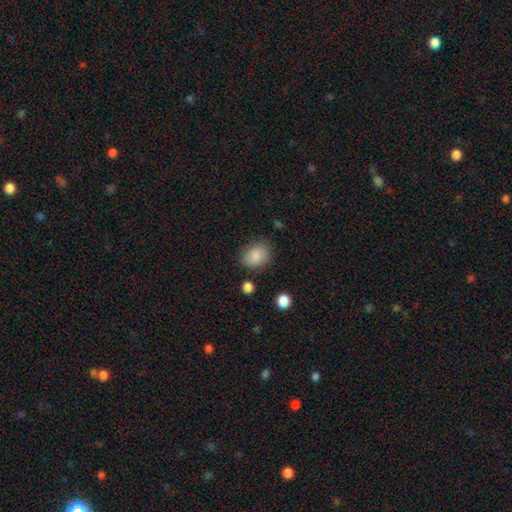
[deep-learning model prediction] smooth-or-featured: smooth: 86% | star or artifact: 8% | featured or disk: 6%
  how-rounded: in between: 50% | round: 49% | cigar-shaped: 1%
  merging: none: 78% | minor disturbance: 15% | major disturbance: 4% | merger: 3%